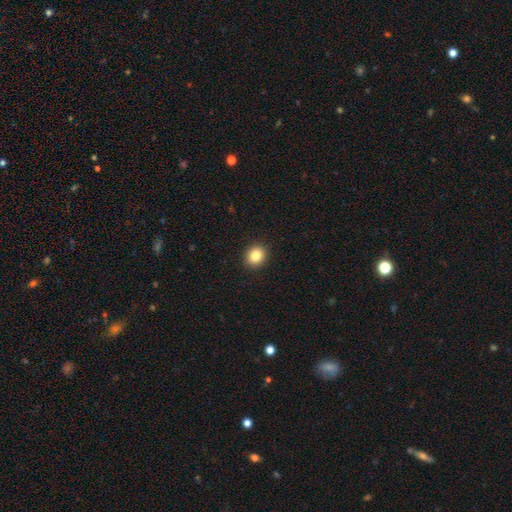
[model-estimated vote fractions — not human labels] A smooth galaxy with no disk features (84%) that is round (71%).

Vote fractions:
- Smooth or featured? smooth: 84% / star or artifact: 10% / featured or disk: 6%
- How rounded? round: 71% / in between: 28% / cigar-shaped: 1%
- Merging? none: 91% / minor disturbance: 6% / major disturbance: 2% / merger: 1%